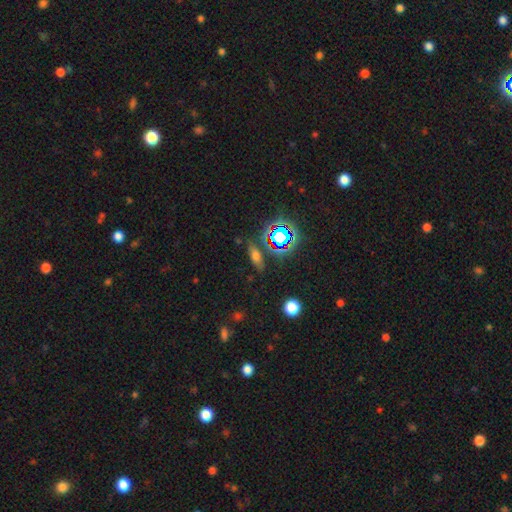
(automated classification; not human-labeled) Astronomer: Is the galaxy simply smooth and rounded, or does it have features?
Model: smooth — 50% (runner-up: star or artifact, 29%).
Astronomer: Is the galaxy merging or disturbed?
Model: none — 79%.